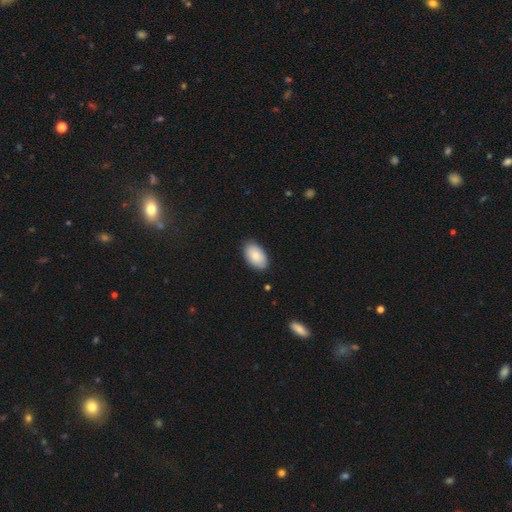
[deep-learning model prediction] The model was most divided on "smooth or featured": smooth: 84%, featured or disk: 10%, star or artifact: 6%. More confident: how rounded — in between (94%); merging — none (86%).